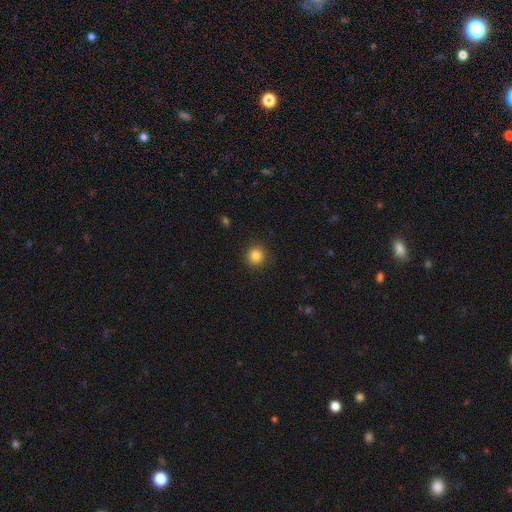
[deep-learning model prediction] Smooth or featured: smooth — 84% (star or artifact — 12%)
How rounded: round — 94% (in between — 5%)
Merging: none — 91% (minor disturbance — 6%)